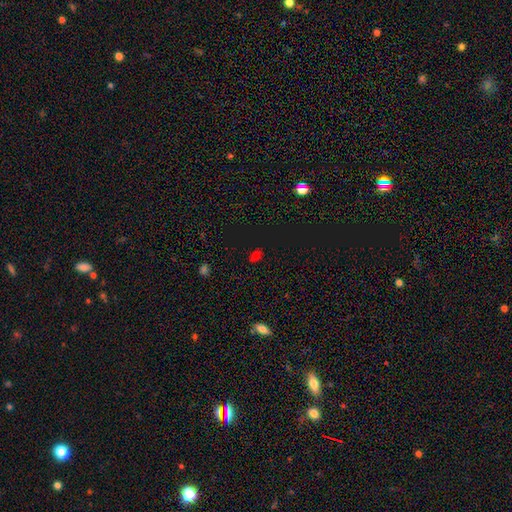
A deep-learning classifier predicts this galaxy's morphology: Overall: smooth (61%; star or artifact 33%). How rounded: in between (73%). Merging: none (81%).